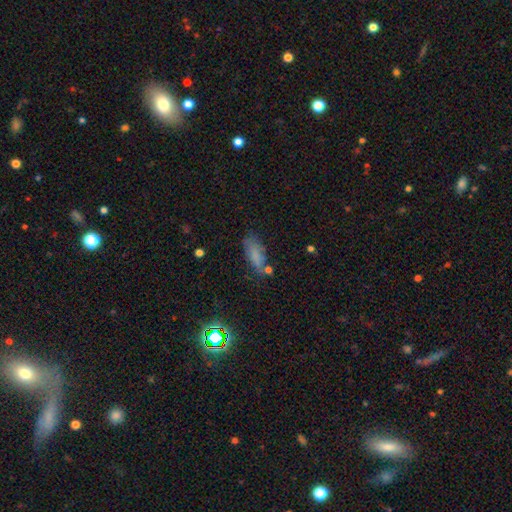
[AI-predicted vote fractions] A smooth galaxy with no disk features (72%) that is in between round and cigar-shaped (67%).

Vote fractions:
- Smooth or featured? smooth: 72% / star or artifact: 15% / featured or disk: 14%
- How rounded? in between: 67% / cigar-shaped: 29% / round: 3%
- Merging? none: 59% / minor disturbance: 24% / major disturbance: 9% / merger: 8%